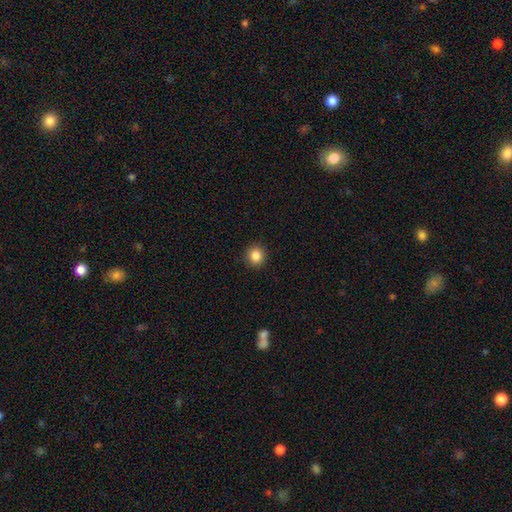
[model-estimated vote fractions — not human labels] smooth 86%, star or artifact 10%, featured or disk 4%. Down the decision tree: how rounded — round (89%); merging — none (92%).